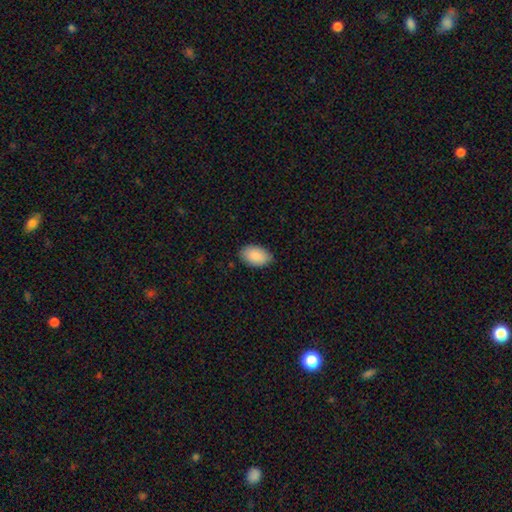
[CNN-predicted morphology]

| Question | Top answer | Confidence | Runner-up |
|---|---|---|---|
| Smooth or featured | smooth | 89% | star or artifact (6%) |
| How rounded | in between | 93% | round (6%) |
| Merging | none | 85% | minor disturbance (12%) |